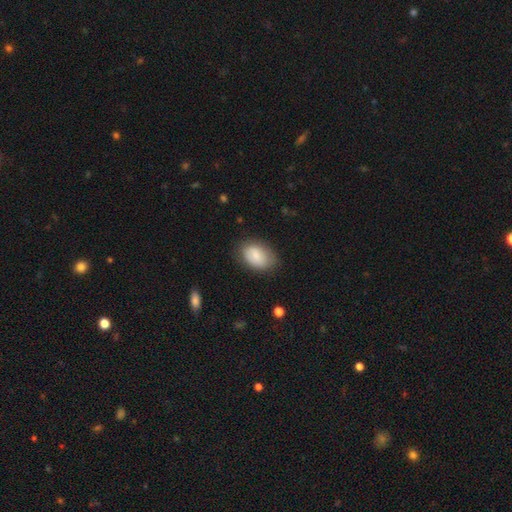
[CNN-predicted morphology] Smooth or featured? Predicted: smooth (p=0.80). How rounded? Predicted: in between (p=0.86). Merging? Predicted: none (p=0.75).